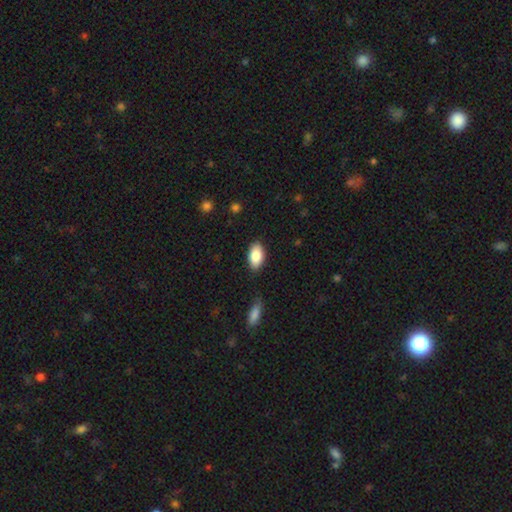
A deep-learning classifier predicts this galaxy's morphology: smooth-or-featured: smooth: 87% | featured or disk: 7% | star or artifact: 7%
  how-rounded: in between: 93% | round: 4% | cigar-shaped: 3%
  merging: none: 84% | minor disturbance: 12% | major disturbance: 2% | merger: 2%